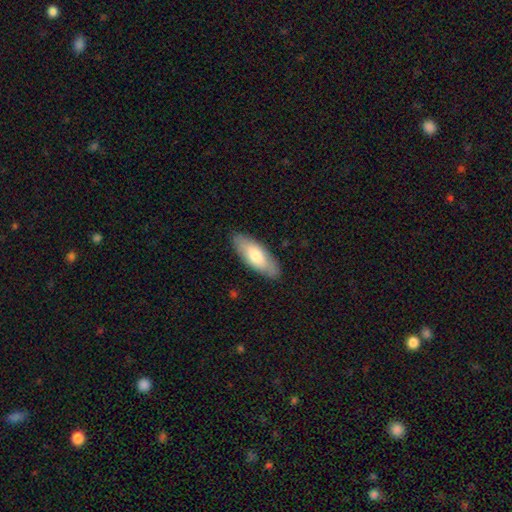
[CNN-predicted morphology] Smooth or featured? Predicted: smooth (p=0.73). How rounded? Predicted: in between (p=0.75). Merging? Predicted: none (p=0.86).